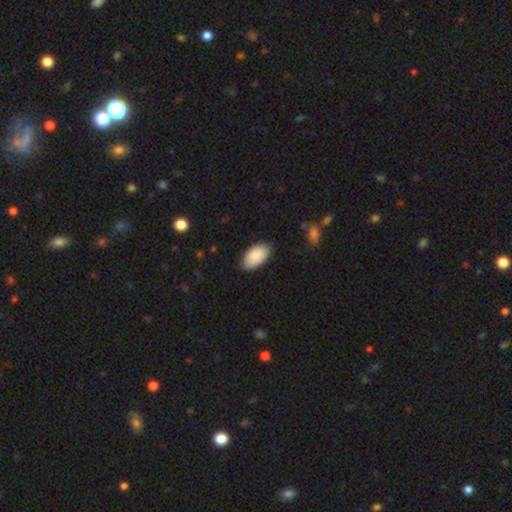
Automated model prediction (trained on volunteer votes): A smooth galaxy with no disk features (87%) that is in between round and cigar-shaped (96%).

Vote fractions:
- Smooth or featured? smooth: 87% / featured or disk: 7% / star or artifact: 6%
- How rounded? in between: 96% / round: 3% / cigar-shaped: 1%
- Merging? none: 82% / minor disturbance: 14% / major disturbance: 2% / merger: 1%